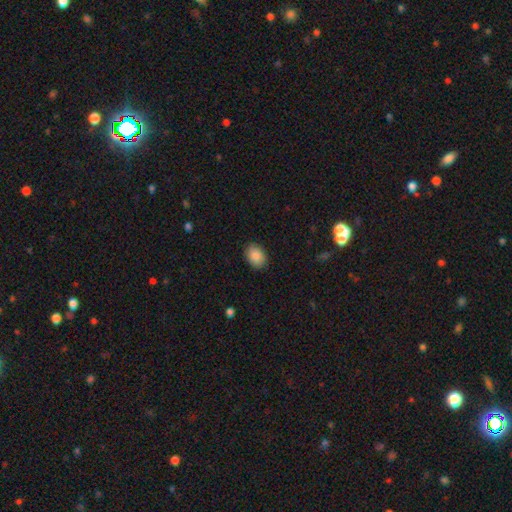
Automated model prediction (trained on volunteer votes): Q: Smooth or featured?
A: smooth (88%); runner-up: star or artifact (7%)
Q: How rounded?
A: in between (73%); runner-up: round (26%)
Q: Merging?
A: none (88%); runner-up: minor disturbance (9%)